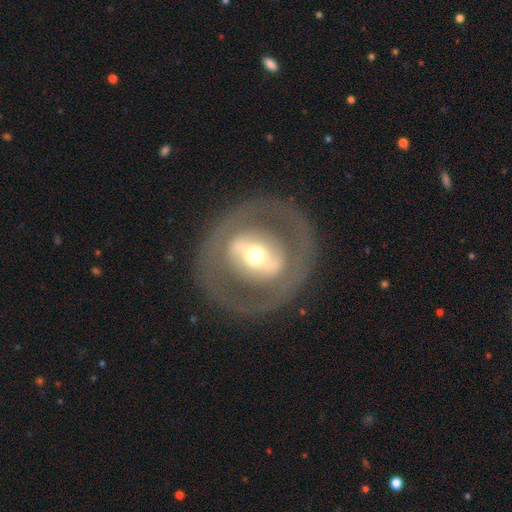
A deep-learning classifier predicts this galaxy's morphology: Smooth or featured: featured or disk — 68% (smooth — 26%)
Edge-on disk: no — 90% (yes — 10%)
Bar: strong — 47% (no — 27%)
Spiral arms: no — 84% (yes — 16%)
Bulge size: moderate — 60% (small — 27%)
Merging: none — 82% (minor disturbance — 9%)